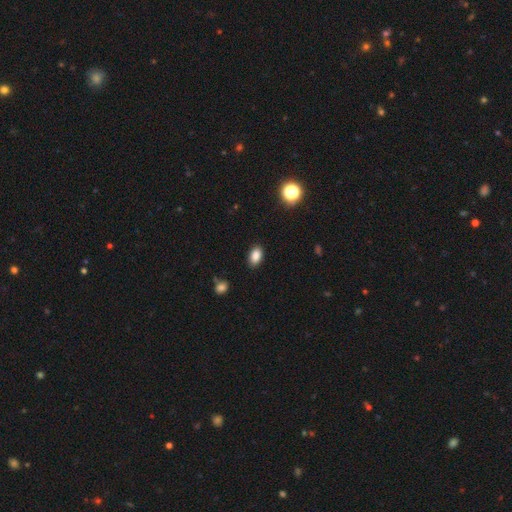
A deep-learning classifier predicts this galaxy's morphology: This is clearly a smooth galaxy (86%). How rounded: clearly in between (90%). Merging: clearly none (88%).